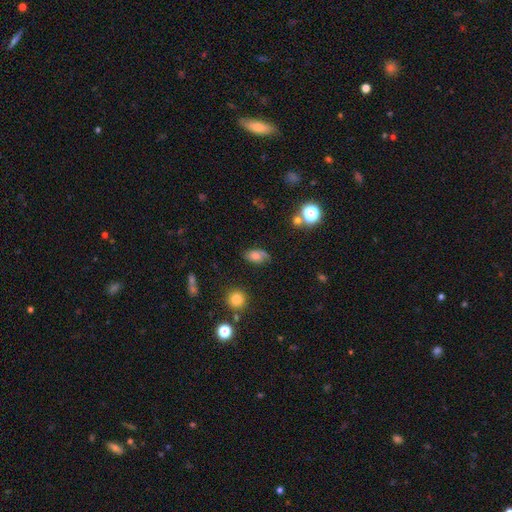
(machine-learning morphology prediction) This is likely a smooth galaxy (61%). How rounded: clearly in between (86%). Merging: likely none (62%).